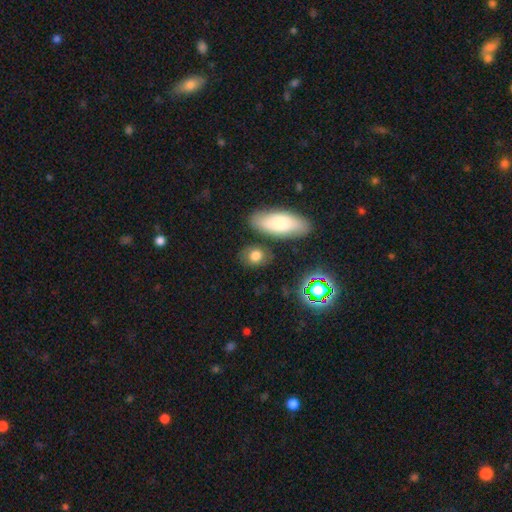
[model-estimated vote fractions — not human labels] A smooth galaxy with no disk features (78%) that is in between round and cigar-shaped (53%). Merging: none (77%).